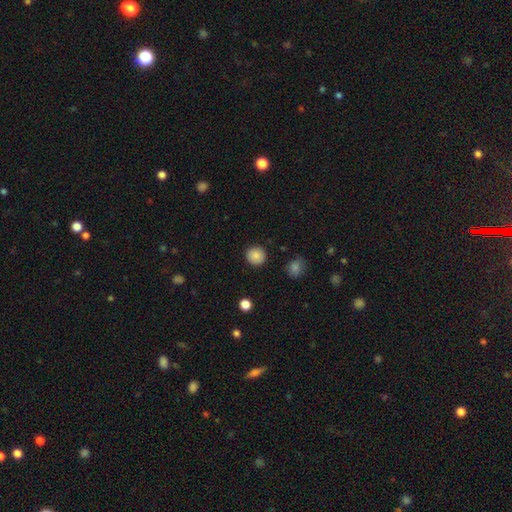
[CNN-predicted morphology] Smooth or featured? Predicted: smooth (p=0.86). How rounded? Predicted: round (p=0.92). Merging? Predicted: none (p=0.90).